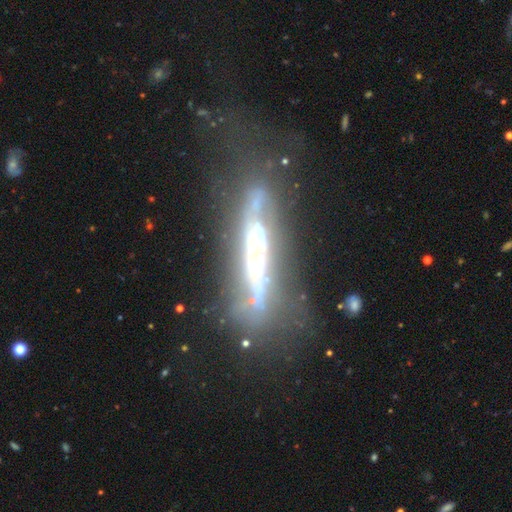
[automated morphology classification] smooth-or-featured: featured or disk: 76% | smooth: 15% | star or artifact: 10%
  disk-edge-on: yes: 60% | no: 40%
  merging: none: 49% | major disturbance: 24% | minor disturbance: 22% | merger: 5%